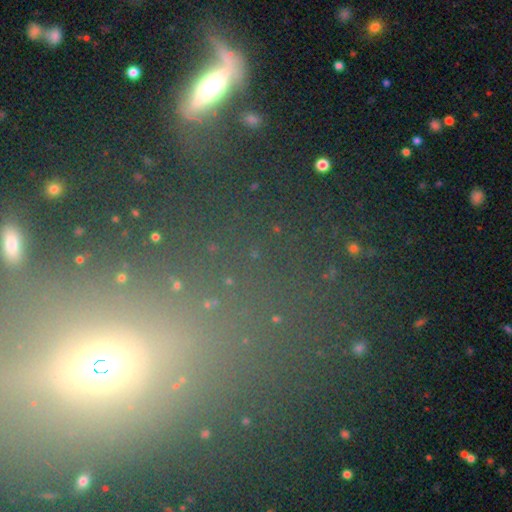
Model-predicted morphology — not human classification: This appears to be a smooth galaxy with no disk features (41%). Merging: none (63%).